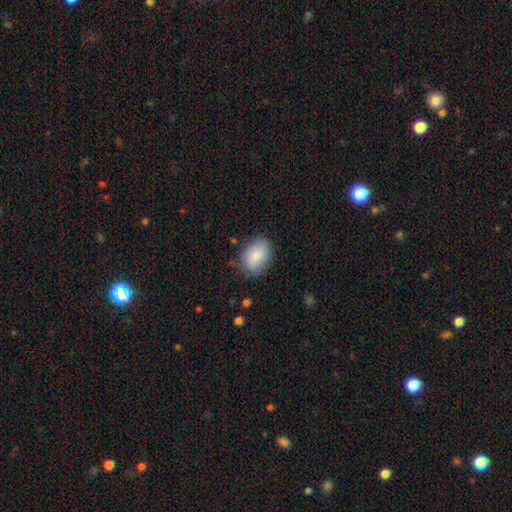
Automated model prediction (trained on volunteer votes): Smooth or featured? smooth (83%)
How rounded? in between (76%)
Merging? none (80%)